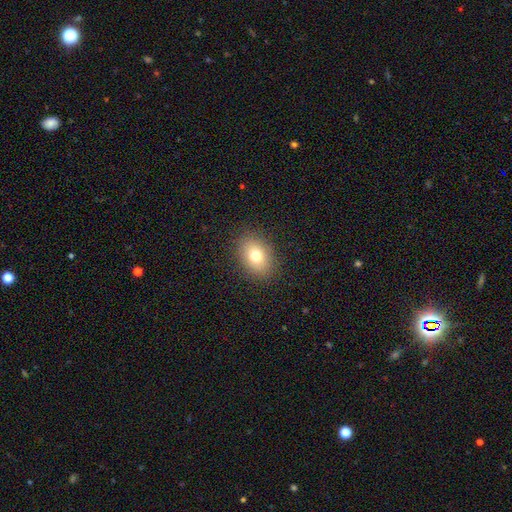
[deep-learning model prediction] Smooth or featured? smooth (76%)
How rounded? in between (70%)
Merging? none (88%)